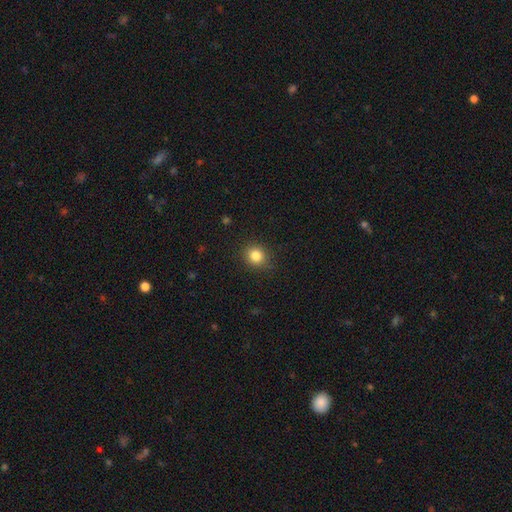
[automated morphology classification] smooth_or_featured: smooth (p=0.83) [alt: star or artifact p=0.11]
how_rounded: round (p=0.75) [alt: in between p=0.24]
merging: none (p=0.87) [alt: minor disturbance p=0.09]